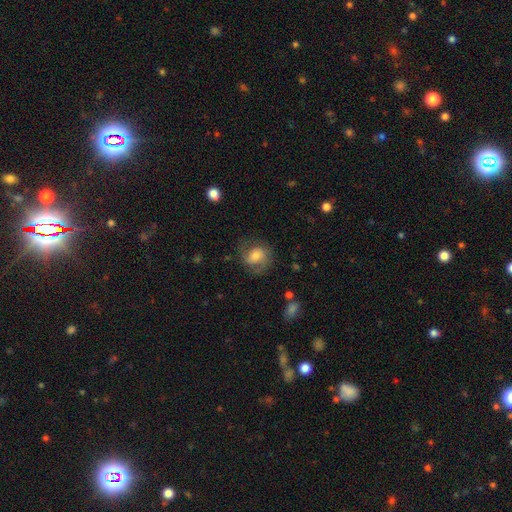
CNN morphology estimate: featured or disk 55%, smooth 36%, star or artifact 8%. Down the decision tree: edge-on disk — no (97%); bar — no (54%); spiral arms — yes (88%); bulge size — moderate (54%); merging — none (64%).